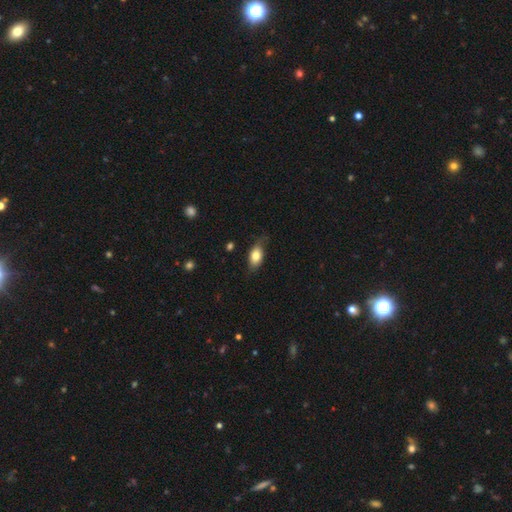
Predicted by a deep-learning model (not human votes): Smooth or featured? Predicted: smooth (p=0.78). How rounded? Predicted: in between (p=0.87). Merging? Predicted: none (p=0.65).